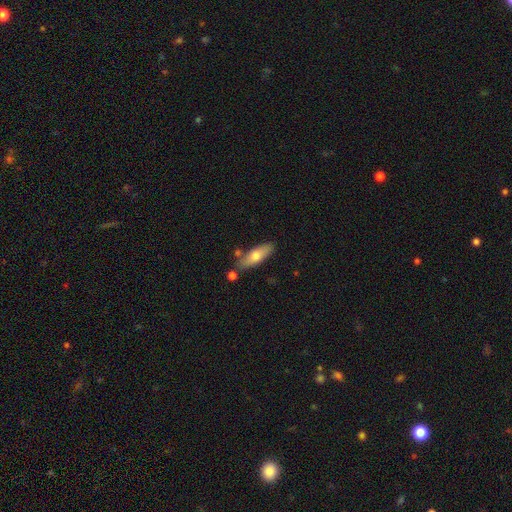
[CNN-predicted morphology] Smooth or featured: smooth — 66% (featured or disk — 28%)
How rounded: in between — 54% (cigar-shaped — 44%)
Merging: none — 74% (minor disturbance — 15%)